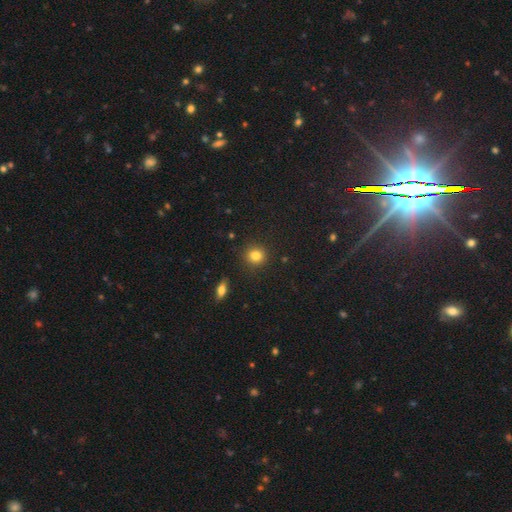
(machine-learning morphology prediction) type=smooth (83%); roundness=round (87%); merging=none (89%).